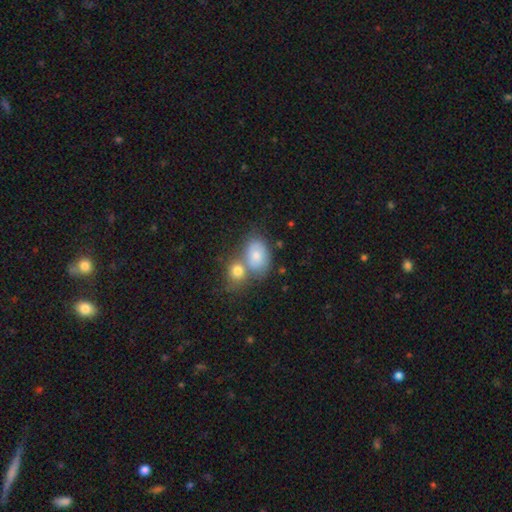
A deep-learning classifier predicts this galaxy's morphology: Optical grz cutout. It shows a smooth galaxy with no disk features (68%) that is in between round and cigar-shaped (72%). Merging: merger (47%).